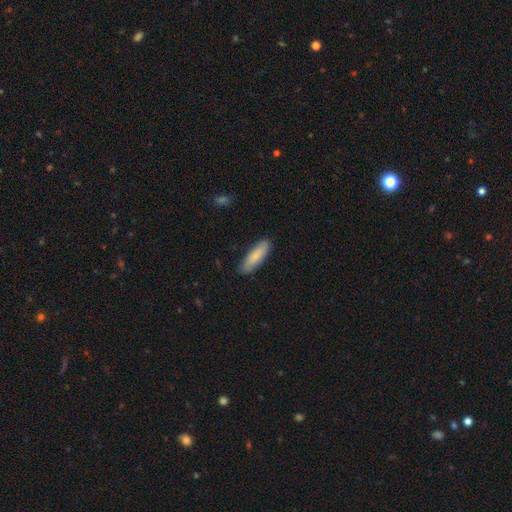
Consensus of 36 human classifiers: A smooth galaxy with no disk features (81%) that is cigar-shaped (55%). Merging: none (89%).